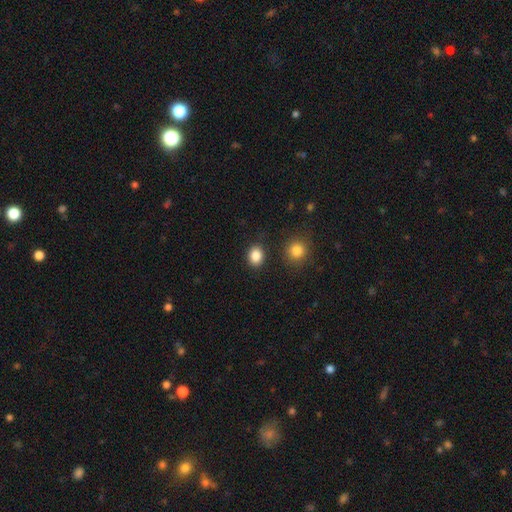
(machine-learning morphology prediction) smooth_or_featured: smooth (p=0.86) [alt: star or artifact p=0.10]
how_rounded: round (p=0.53) [alt: in between p=0.46]
merging: none (p=0.85) [alt: minor disturbance p=0.08]